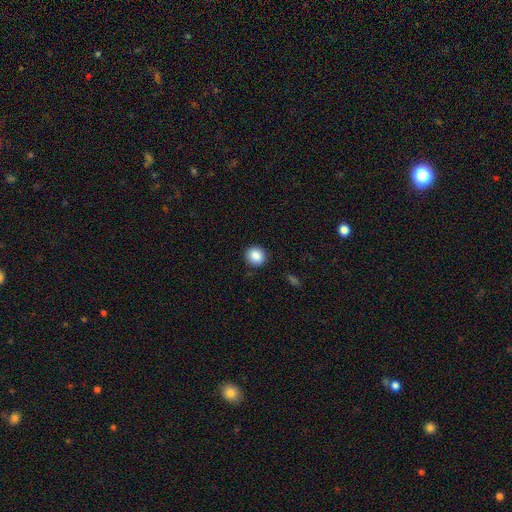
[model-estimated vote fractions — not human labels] Q: Smooth or featured?
A: smooth (88%); runner-up: star or artifact (9%)
Q: How rounded?
A: round (86%); runner-up: in between (13%)
Q: Merging?
A: none (90%); runner-up: minor disturbance (7%)